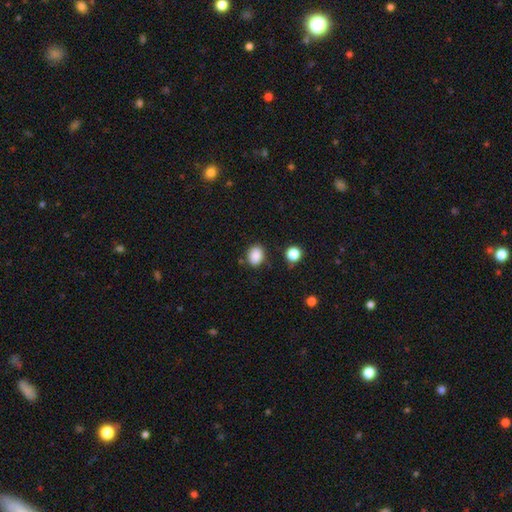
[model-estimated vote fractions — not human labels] Morphology: type=smooth (87%); roundness=in between (57%); merging=none (80%).